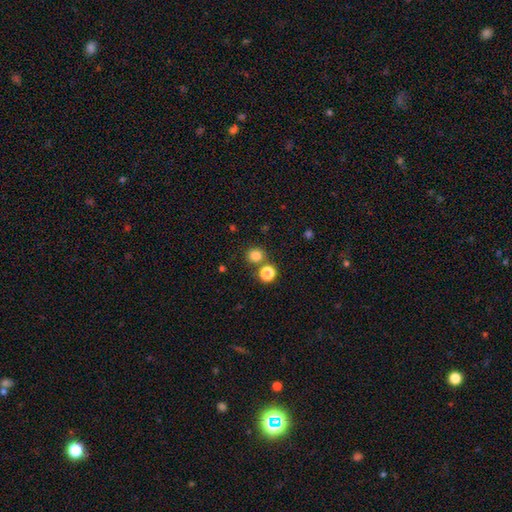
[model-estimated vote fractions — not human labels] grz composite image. It shows a smooth galaxy with no disk features (81%) that is round (89%). Merging: none (75%).